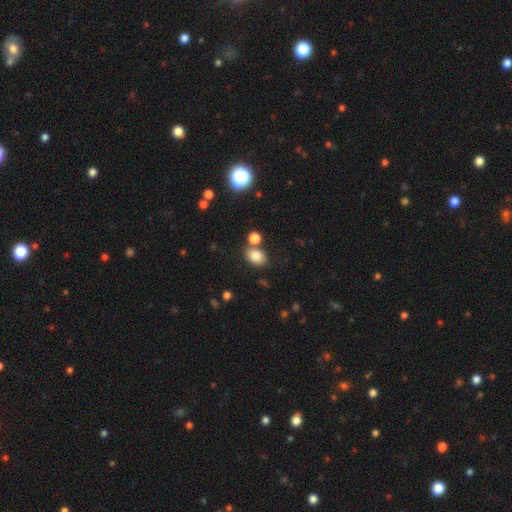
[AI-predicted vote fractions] The model was most divided on "how rounded": in between: 65%, round: 34%, cigar-shaped: 1%. More confident: smooth or featured — smooth (80%); merging — none (68%).